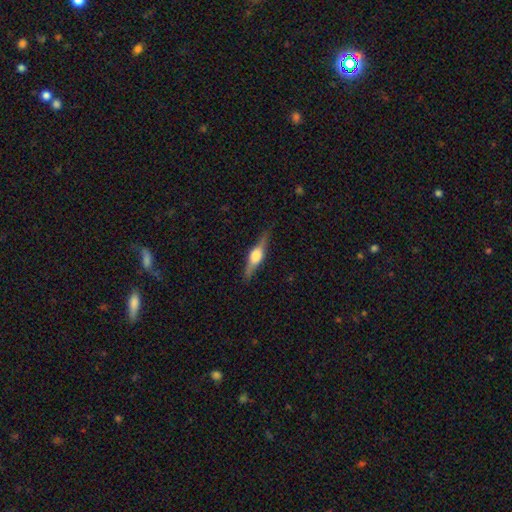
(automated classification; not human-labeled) smooth_or_featured: featured or disk (p=0.73) [alt: smooth p=0.21]
disk_edge_on: yes (p=0.97) [alt: no p=0.03]
edge_on_bulge: rounded (p=0.91) [alt: boxy p=0.08]
merging: none (p=0.88) [alt: minor disturbance p=0.09]